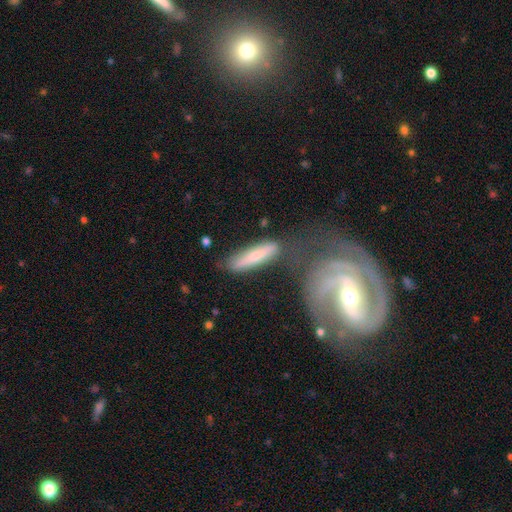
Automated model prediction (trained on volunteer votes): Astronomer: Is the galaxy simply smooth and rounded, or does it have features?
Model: smooth — 59% (runner-up: featured or disk, 35%).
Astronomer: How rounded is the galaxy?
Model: cigar-shaped — 79%.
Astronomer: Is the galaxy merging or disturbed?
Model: none — 65%.